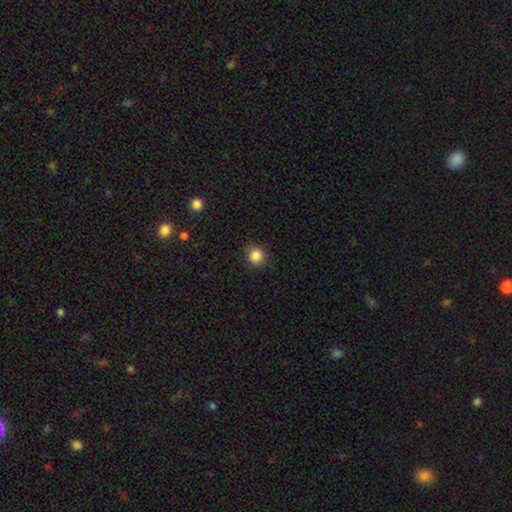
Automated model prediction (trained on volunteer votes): smooth_or_featured: smooth (p=0.86) [alt: star or artifact p=0.10]
how_rounded: round (p=0.87) [alt: in between p=0.12]
merging: none (p=0.88) [alt: minor disturbance p=0.09]